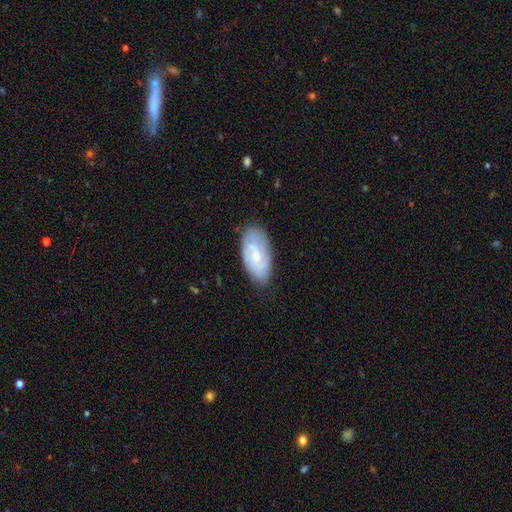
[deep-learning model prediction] This is possibly a featured or disk galaxy (52%). It is clearly not viewed edge-on (94%). Merging: likely none (74%).